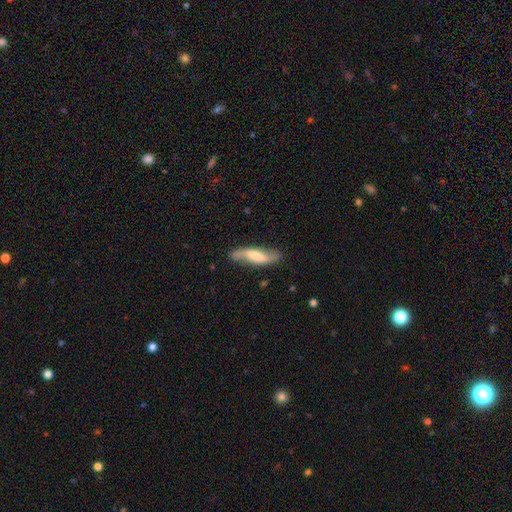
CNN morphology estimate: type=featured or disk (55%); edge-on=no (75%); merging=none (77%).